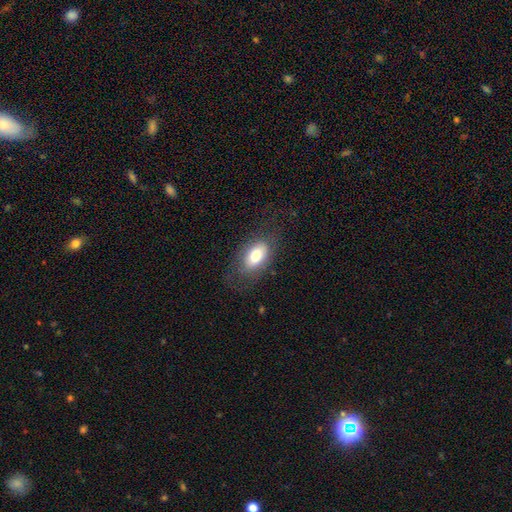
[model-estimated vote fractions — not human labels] smooth 74%, featured or disk 19%, star or artifact 7%. Down the decision tree: how rounded — in between (92%); merging — none (70%).